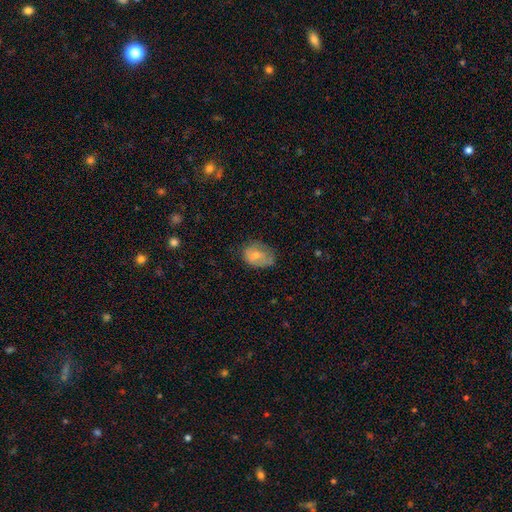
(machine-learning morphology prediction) This is likely a smooth galaxy (69%). How rounded: likely in between (71%). Merging: possibly none (51%).